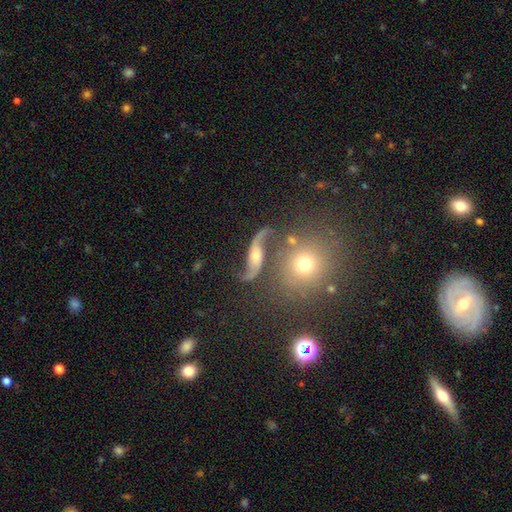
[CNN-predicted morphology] Overall: featured or disk (81%). Edge-on disk: no (94%). Bar: no (53%; weak 33%). Spiral arms: yes (95%). Spiral arm count: 2 (93%). Spiral winding: loose (88%). Bulge size: moderate (51%; small 34%). Merging: none (61%).